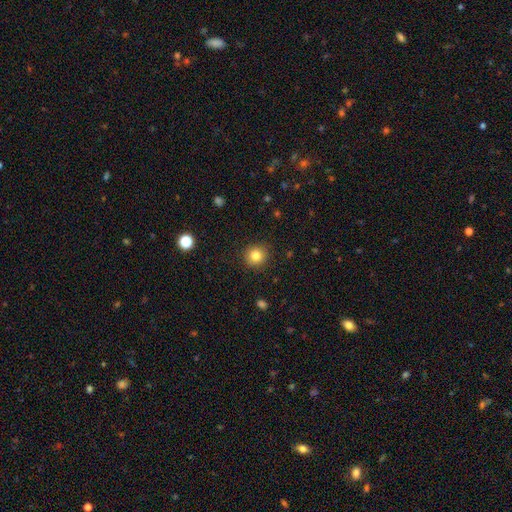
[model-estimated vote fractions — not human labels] The model was most divided on "smooth or featured": smooth: 83%, star or artifact: 11%, featured or disk: 6%. More confident: how rounded — round (91%); merging — none (90%).